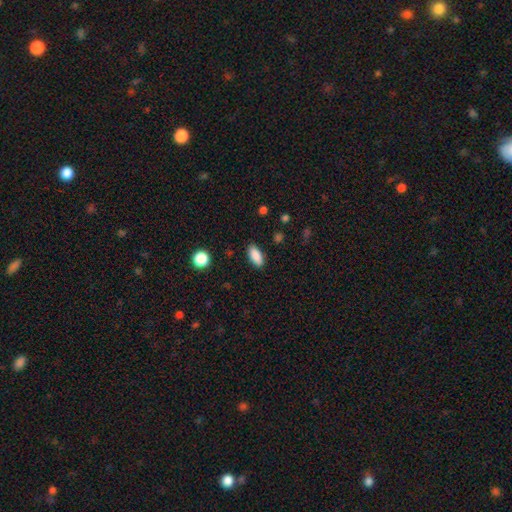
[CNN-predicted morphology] type=smooth (88%); roundness=in between (86%); merging=none (88%).